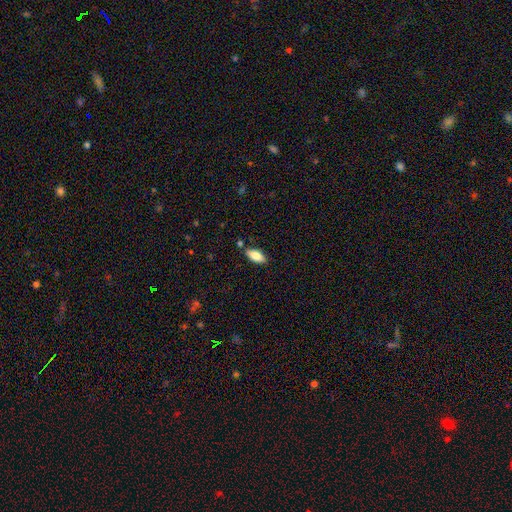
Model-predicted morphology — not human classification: type=smooth (80%); roundness=in between (84%); merging=none (82%).